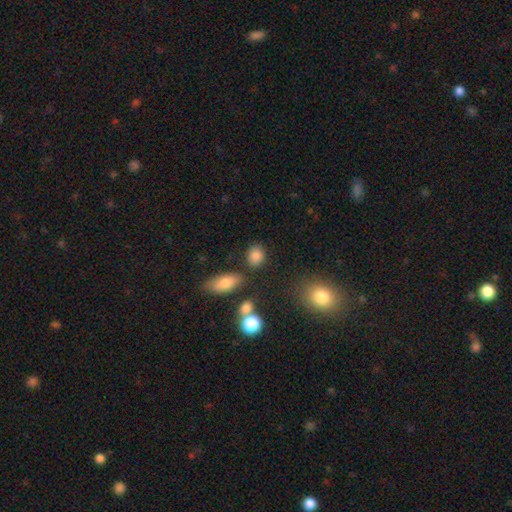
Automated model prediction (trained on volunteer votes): Morphology: type=smooth (84%); roundness=round (51%); merging=none (79%).